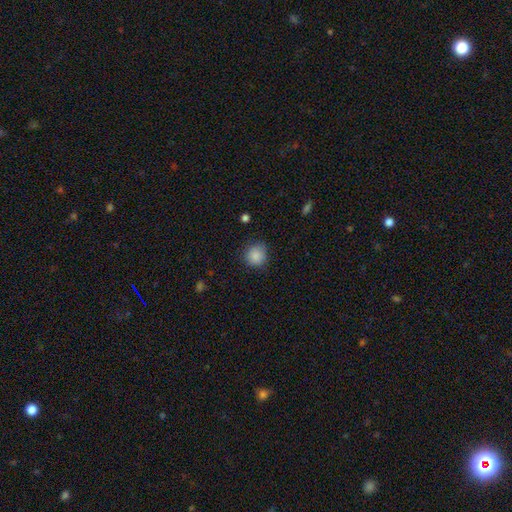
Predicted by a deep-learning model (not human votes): Smooth or featured? Predicted: smooth (p=0.86). How rounded? Predicted: round (p=0.90). Merging? Predicted: none (p=0.79).